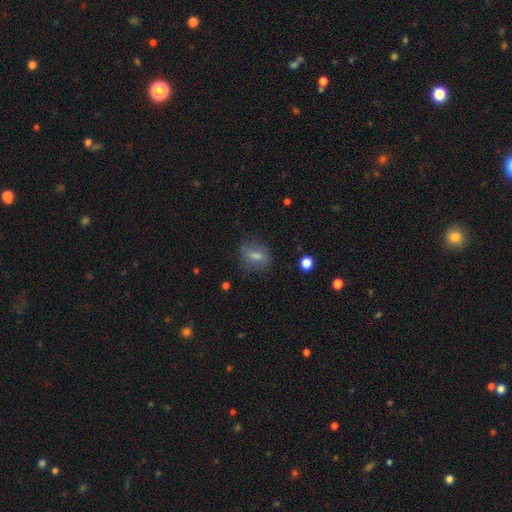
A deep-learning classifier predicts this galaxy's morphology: A smooth galaxy with no disk features (66%) that is in between round and cigar-shaped (69%).

Vote fractions:
- Smooth or featured? smooth: 66% / featured or disk: 23% / star or artifact: 11%
- How rounded? in between: 69% / round: 24% / cigar-shaped: 7%
- Merging? none: 62% / minor disturbance: 23% / major disturbance: 12% / merger: 2%